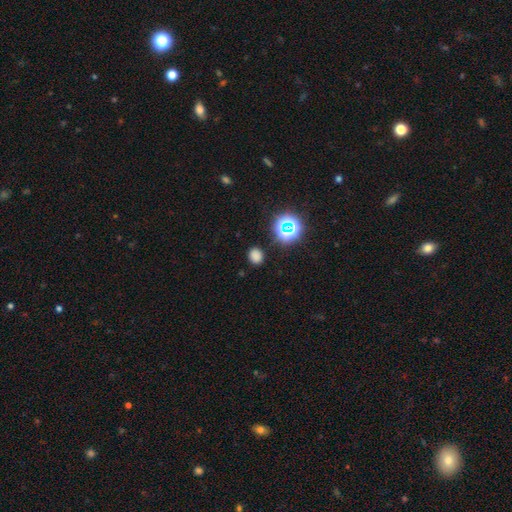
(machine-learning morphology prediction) smooth_or_featured: smooth (p=0.73) [alt: star or artifact p=0.22]
how_rounded: round (p=0.62) [alt: in between p=0.37]
merging: none (p=0.86) [alt: minor disturbance p=0.09]